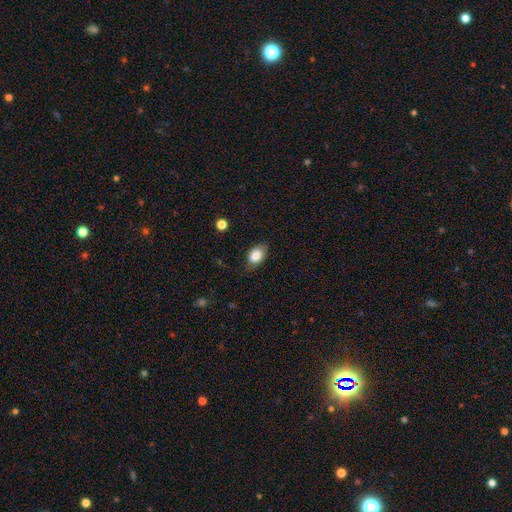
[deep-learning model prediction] smooth_or_featured: smooth (p=0.83) [alt: featured or disk p=0.09]
how_rounded: in between (p=0.85) [alt: round p=0.13]
merging: none (p=0.72) [alt: minor disturbance p=0.21]